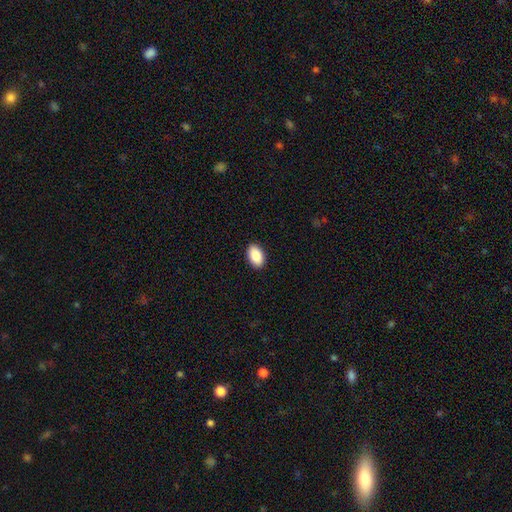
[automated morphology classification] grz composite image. It shows a smooth galaxy with no disk features (88%) that is in between round and cigar-shaped (93%). Merging: none (91%).